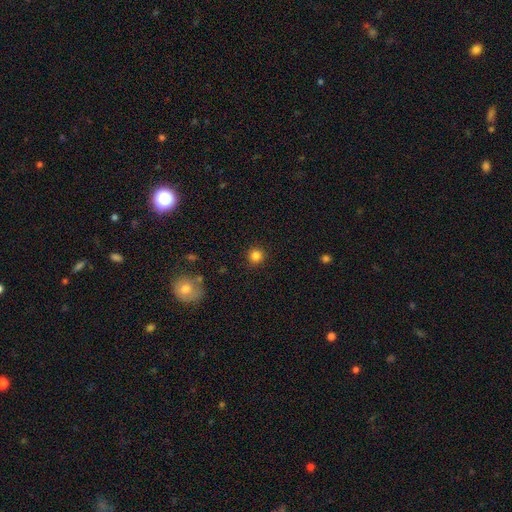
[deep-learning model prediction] Smooth or featured? smooth (85%)
How rounded? round (94%)
Merging? none (90%)